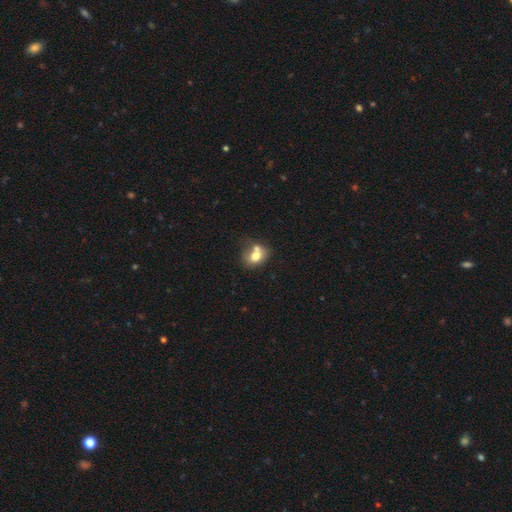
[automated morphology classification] Smooth or featured? smooth (72%)
How rounded? in between (53%)
Merging? merger (43%)